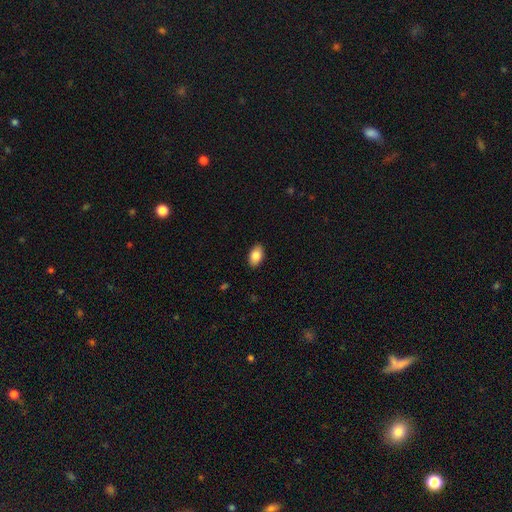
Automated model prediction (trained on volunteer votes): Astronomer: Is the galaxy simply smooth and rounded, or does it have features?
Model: smooth — 85%.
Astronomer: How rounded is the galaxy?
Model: in between — 92%.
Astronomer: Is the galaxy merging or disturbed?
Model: none — 89%.